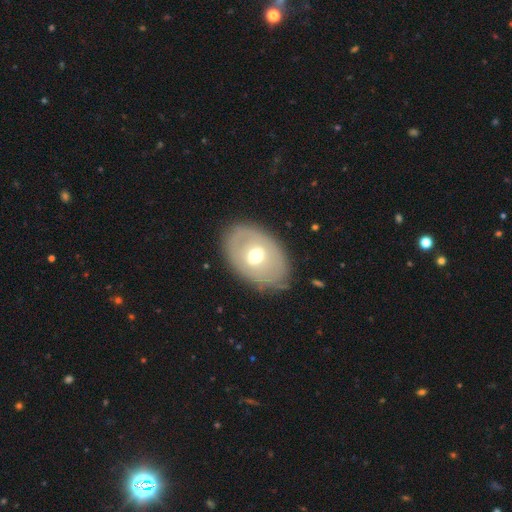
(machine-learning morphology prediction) The model was most divided on "smooth or featured": featured or disk: 53%, smooth: 40%, star or artifact: 7%. More confident: edge-on disk — no (91%); merging — none (81%).